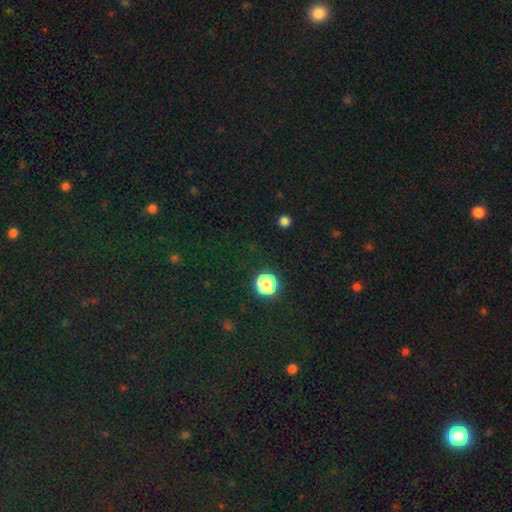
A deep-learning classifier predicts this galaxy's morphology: Smooth or featured: star or artifact — 60% (smooth — 34%)